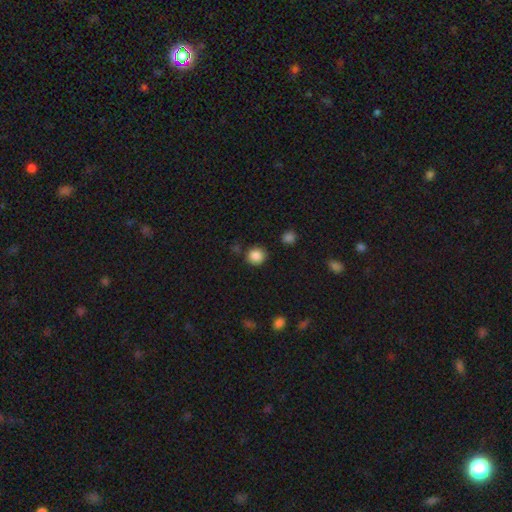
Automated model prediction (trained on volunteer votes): smooth-or-featured: smooth: 86% | star or artifact: 10% | featured or disk: 3%
  how-rounded: round: 89% | in between: 10% | cigar-shaped: 1%
  merging: none: 84% | minor disturbance: 10% | merger: 4% | major disturbance: 3%